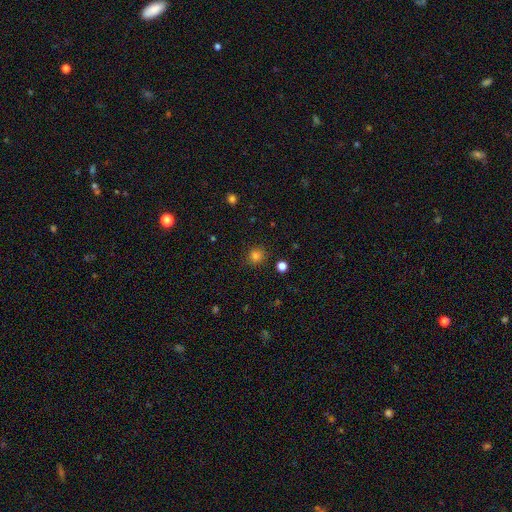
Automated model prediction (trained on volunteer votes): smooth_or_featured: smooth (p=0.82) [alt: star or artifact p=0.14]
how_rounded: round (p=0.88) [alt: in between p=0.11]
merging: none (p=0.88) [alt: minor disturbance p=0.08]